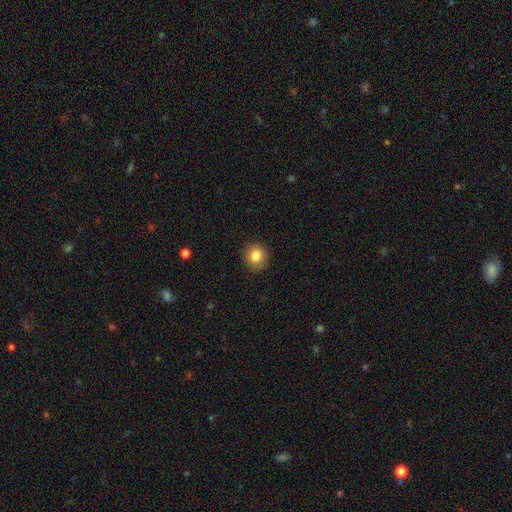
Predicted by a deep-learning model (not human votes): This is clearly a smooth galaxy (84%). How rounded: clearly round (83%). Merging: clearly none (91%).